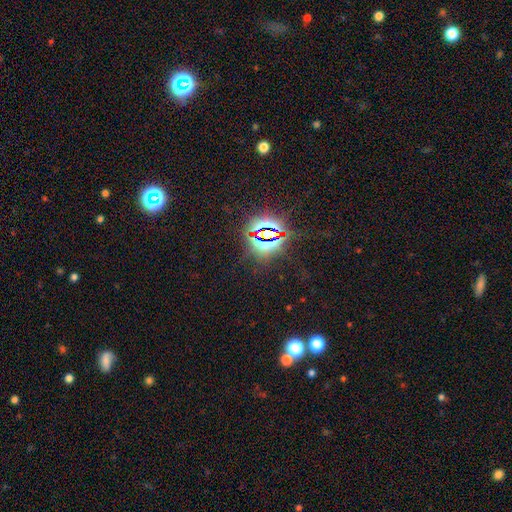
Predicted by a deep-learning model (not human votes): Morphology: type=star or artifact (83%).